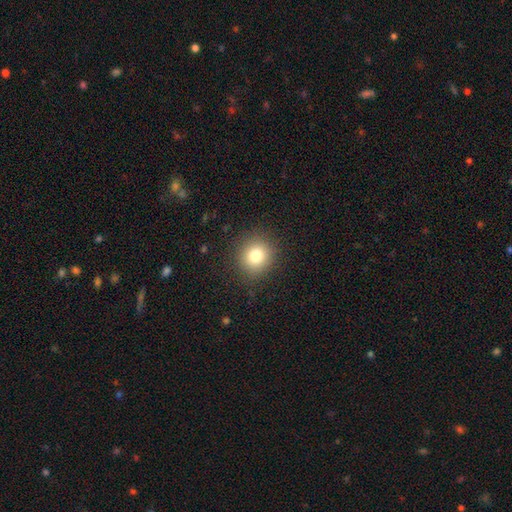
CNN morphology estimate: smooth-or-featured: smooth: 79% | star or artifact: 12% | featured or disk: 9%
  how-rounded: round: 88% | in between: 11% | cigar-shaped: 1%
  merging: none: 88% | minor disturbance: 8% | major disturbance: 3% | merger: 1%